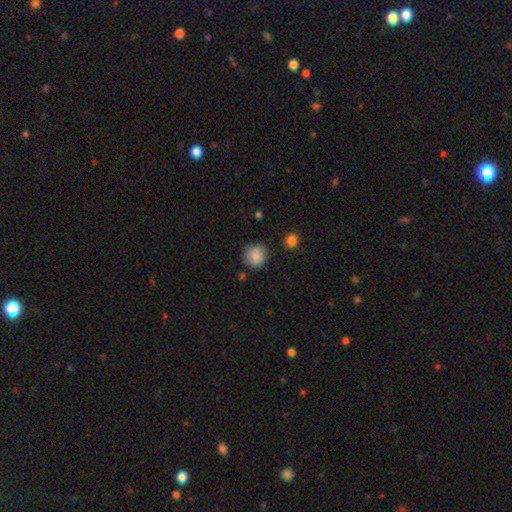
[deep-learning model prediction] A smooth galaxy with no disk features (85%) that is round (91%). Merging: none (81%).